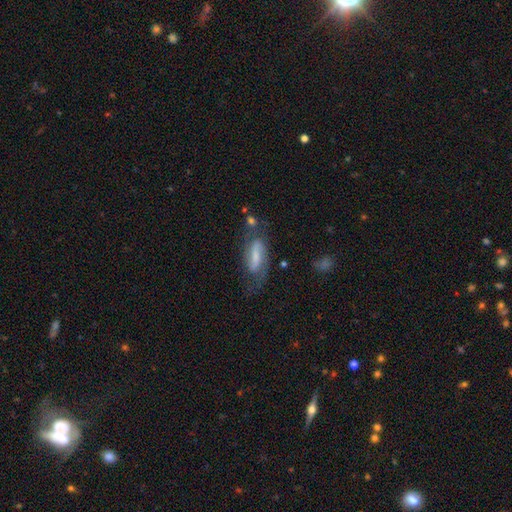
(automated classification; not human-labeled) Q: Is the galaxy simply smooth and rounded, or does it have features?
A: featured or disk — 68%.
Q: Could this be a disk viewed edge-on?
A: no — 89%.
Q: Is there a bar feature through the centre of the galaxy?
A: strong — 45%.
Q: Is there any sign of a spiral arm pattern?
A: yes — 89%.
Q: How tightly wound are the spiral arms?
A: medium — 46%.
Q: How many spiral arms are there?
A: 2 — 81%.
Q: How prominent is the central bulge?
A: small — 42%.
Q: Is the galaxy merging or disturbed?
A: none — 58%.